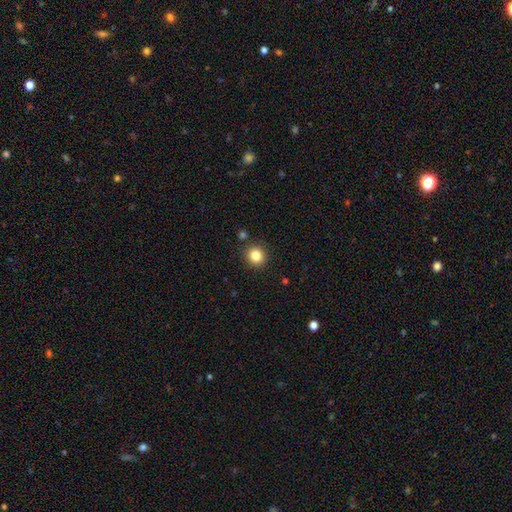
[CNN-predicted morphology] Q: Smooth or featured?
A: smooth (83%); runner-up: star or artifact (12%)
Q: How rounded?
A: round (90%); runner-up: in between (9%)
Q: Merging?
A: none (89%); runner-up: minor disturbance (6%)